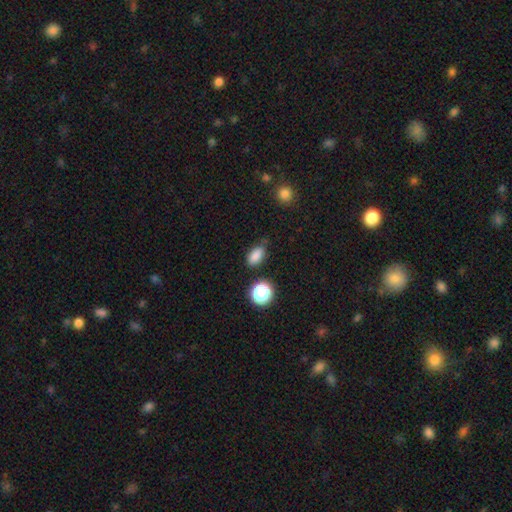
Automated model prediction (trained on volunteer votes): Smooth or featured? Predicted: smooth (p=0.83). How rounded? Predicted: in between (p=0.82). Merging? Predicted: none (p=0.71).